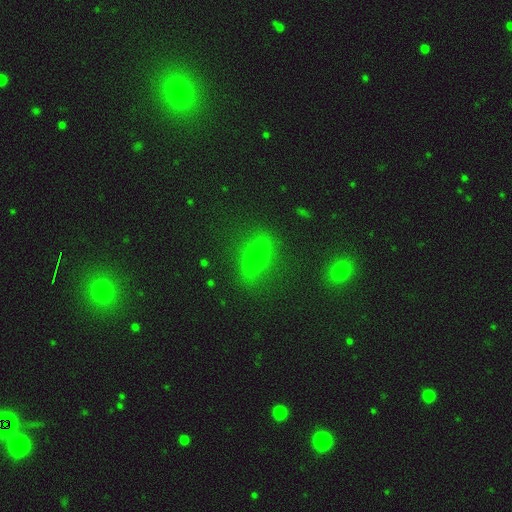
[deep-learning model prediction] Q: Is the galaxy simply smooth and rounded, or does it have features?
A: smooth — 56%.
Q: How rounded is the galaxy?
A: in between — 60%.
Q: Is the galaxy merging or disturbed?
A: none — 71%.